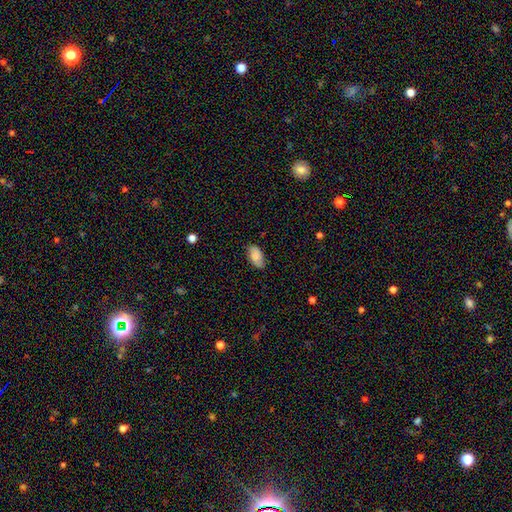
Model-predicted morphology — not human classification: This is likely a smooth galaxy (79%). How rounded: clearly in between (94%). Merging: likely none (80%).